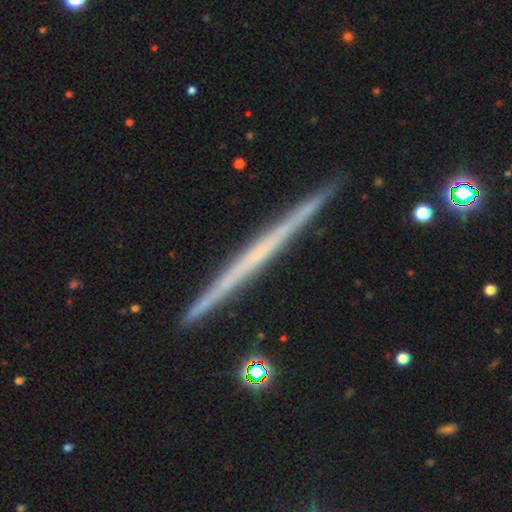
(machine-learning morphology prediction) smooth-or-featured: featured or disk: 69% | smooth: 24% | star or artifact: 7%
  disk-edge-on: yes: 98% | no: 2%
    edge-on-bulge: none: 91% | rounded: 6% | boxy: 3%
  merging: none: 92% | minor disturbance: 6% | merger: 1% | major disturbance: 1%